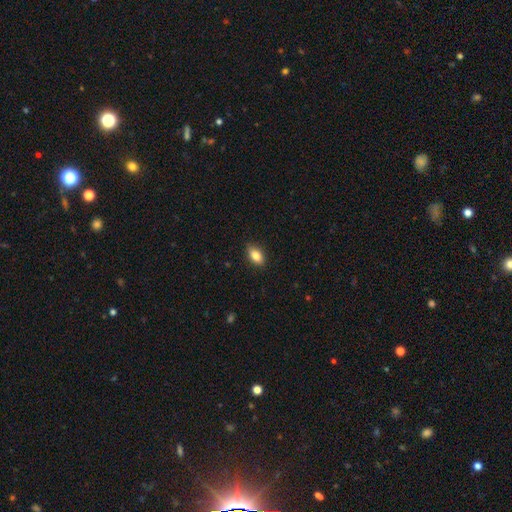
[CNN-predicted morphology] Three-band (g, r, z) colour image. It shows a smooth galaxy with no disk features (83%) that is in between round and cigar-shaped (88%). Merging: none (87%).